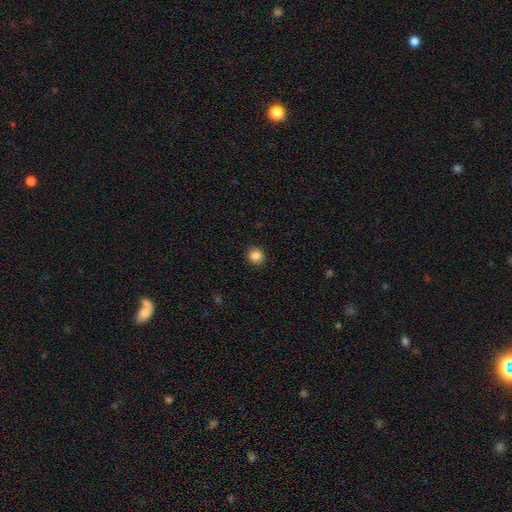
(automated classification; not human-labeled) Smooth or featured? Predicted: smooth (p=0.85). How rounded? Predicted: round (p=0.81). Merging? Predicted: none (p=0.92).